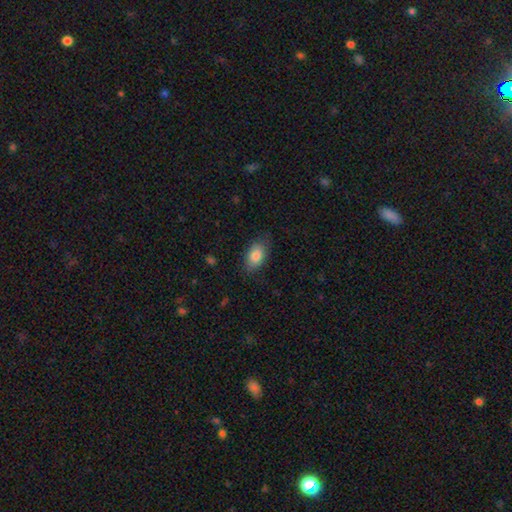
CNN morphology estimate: type=smooth (84%); roundness=in between (90%); merging=none (79%).